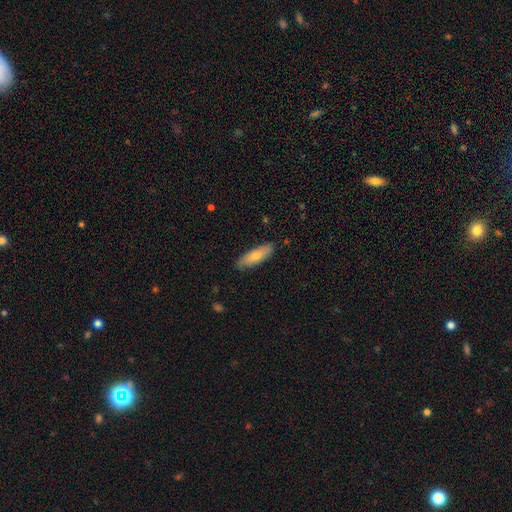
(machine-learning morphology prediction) Smooth or featured?
  - smooth: 75% *
  - featured or disk: 20%
  - star or artifact: 5%
How rounded?
  - in between: 60% *
  - cigar-shaped: 38%
  - round: 2%
Merging?
  - none: 85% *
  - minor disturbance: 12%
  - major disturbance: 2%
  - merger: 1%